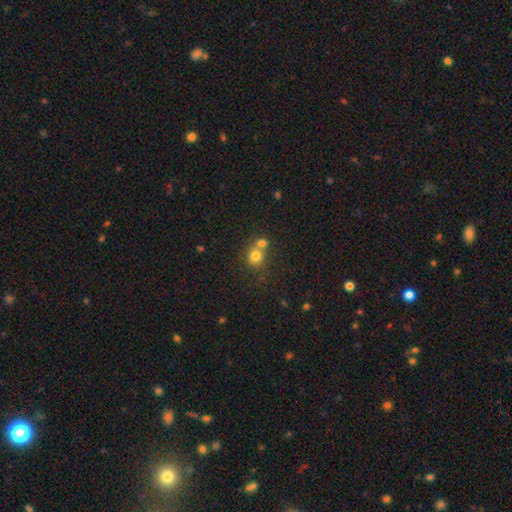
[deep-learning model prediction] Smooth or featured? Predicted: smooth (p=0.77). How rounded? Predicted: round (p=0.83). Merging? Predicted: merger (p=0.48).